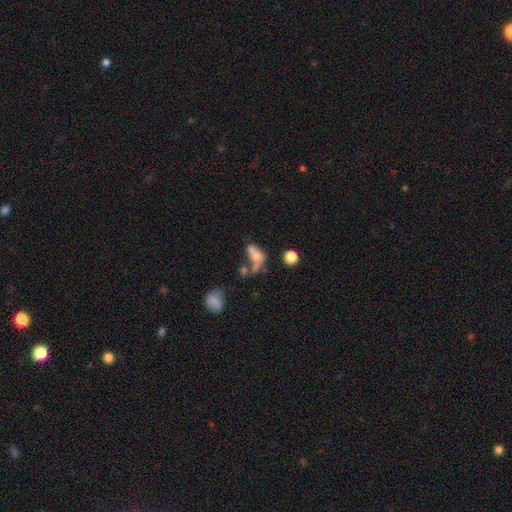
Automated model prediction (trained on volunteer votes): This appears to be a smooth galaxy with no disk features (54%) that is in between round and cigar-shaped (71%). Merging: merger (41%).